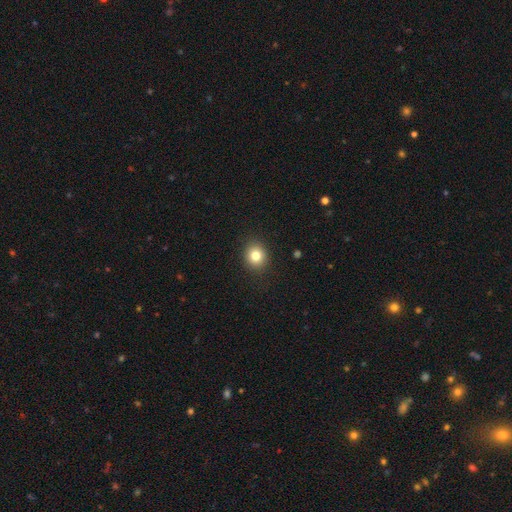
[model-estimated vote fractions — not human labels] A smooth galaxy with no disk features (81%) that is round (78%).

Vote fractions:
- Smooth or featured? smooth: 81% / star or artifact: 11% / featured or disk: 8%
- How rounded? round: 78% / in between: 21% / cigar-shaped: 1%
- Merging? none: 90% / minor disturbance: 7% / major disturbance: 2% / merger: 1%